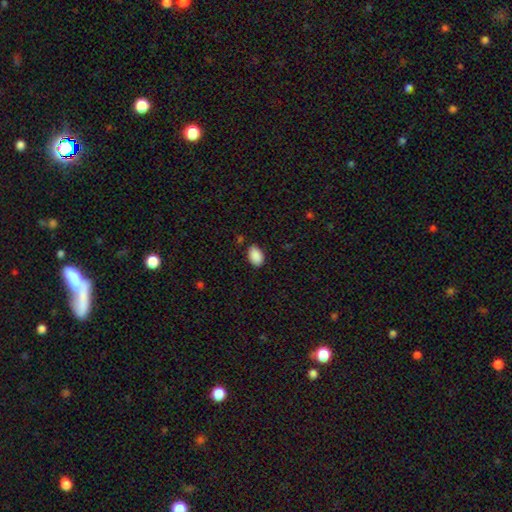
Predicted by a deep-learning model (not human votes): smooth_or_featured: smooth (p=0.90) [alt: star or artifact p=0.07]
how_rounded: in between (p=0.90) [alt: round p=0.09]
merging: none (p=0.82) [alt: minor disturbance p=0.13]